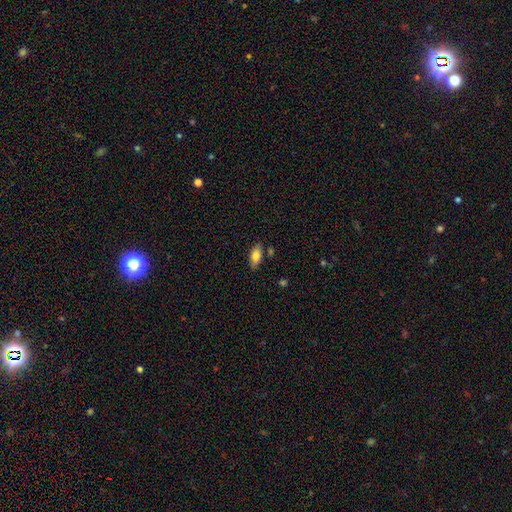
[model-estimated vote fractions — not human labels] This appears to be a smooth galaxy with no disk features (79%) that is in between round and cigar-shaped (86%). Merging: none (80%).